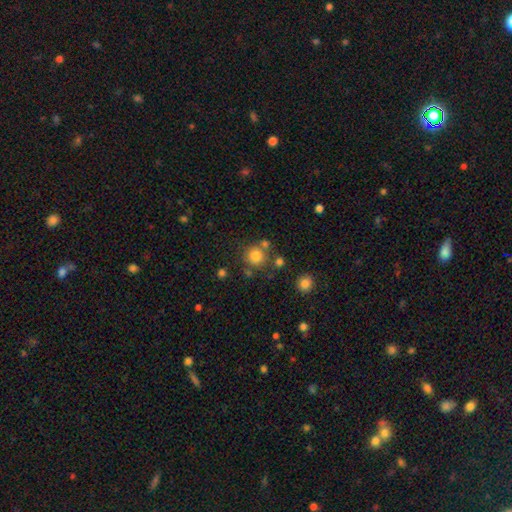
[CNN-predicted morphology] Smooth or featured?
  - smooth: 80% *
  - star or artifact: 13%
  - featured or disk: 8%
How rounded?
  - round: 92% *
  - in between: 7%
  - cigar-shaped: 1%
Merging?
  - none: 71% *
  - merger: 15%
  - minor disturbance: 10%
  - major disturbance: 4%